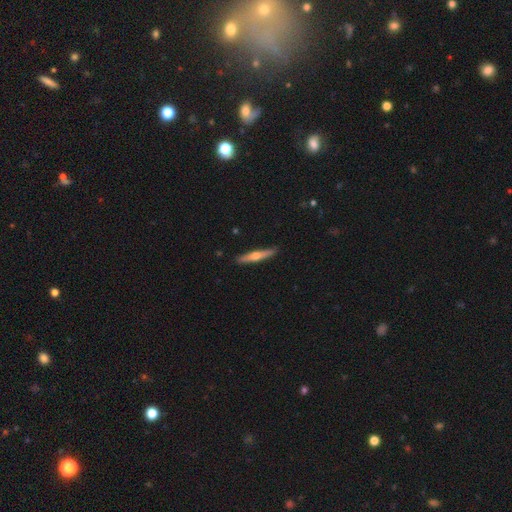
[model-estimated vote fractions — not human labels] smooth-or-featured: featured or disk: 53% | smooth: 42% | star or artifact: 5%
  disk-edge-on: yes: 95% | no: 5%
  merging: none: 90% | minor disturbance: 8% | major disturbance: 1% | merger: 1%